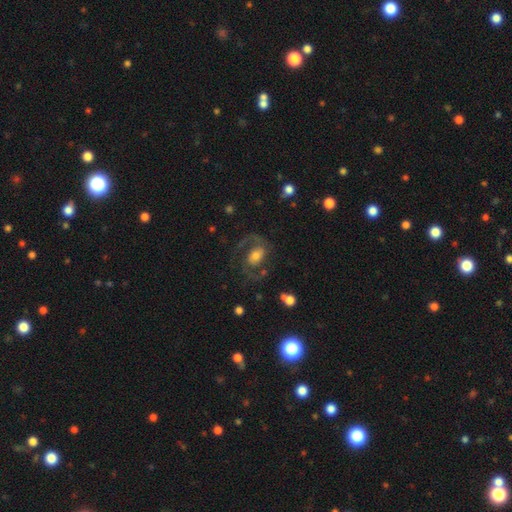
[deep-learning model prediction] Q: Smooth or featured?
A: featured or disk (79%); runner-up: smooth (14%)
Q: Edge-on disk?
A: no (97%); runner-up: yes (3%)
Q: Bar?
A: no (48%); runner-up: weak (38%)
Q: Spiral arms?
A: yes (93%); runner-up: no (7%)
Q: Spiral winding?
A: medium (57%); runner-up: loose (26%)
Q: Spiral arm count?
A: 2 (89%); runner-up: 1 (4%)
Q: Bulge size?
A: moderate (50%); runner-up: large (22%)
Q: Merging?
A: none (68%); runner-up: major disturbance (15%)